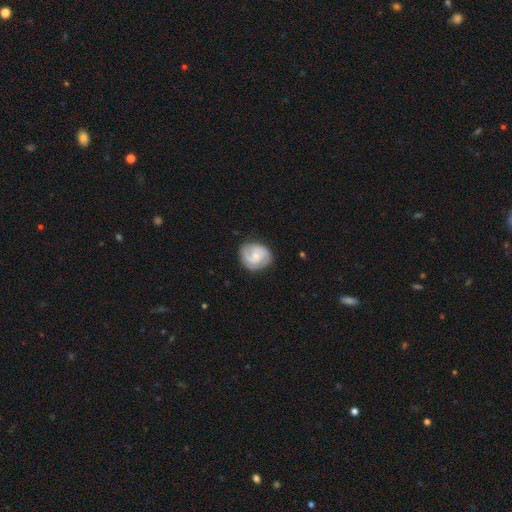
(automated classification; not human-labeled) Smooth or featured?
  - featured or disk: 73% *
  - smooth: 22%
  - star or artifact: 6%
Edge-on disk?
  - no: 98% *
  - yes: 2%
Bar?
  - no: 60% *
  - weak: 34%
  - strong: 5%
Spiral arms?
  - yes: 93% *
  - no: 7%
Spiral winding?
  - tight: 51% *
  - medium: 39%
  - loose: 10%
Spiral arm count?
  - 2: 64% *
  - can't tell: 14%
  - 3: 13%
  - 1: 4%
  - 4: 2%
  - more than 4: 2%
Bulge size?
  - small: 59% *
  - moderate: 35%
  - none: 4%
  - large: 2%
  - dominant: 1%
Merging?
  - none: 77% *
  - minor disturbance: 16%
  - major disturbance: 5%
  - merger: 1%